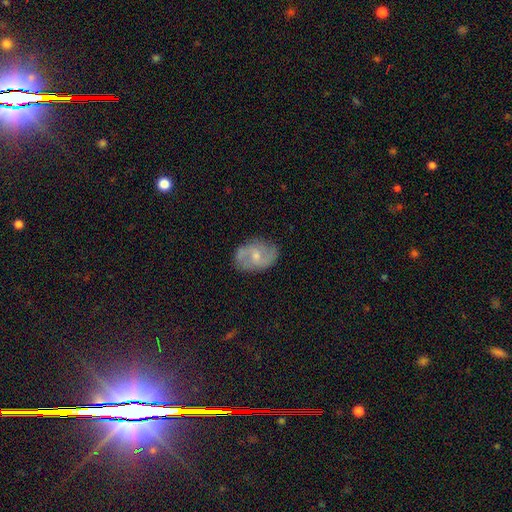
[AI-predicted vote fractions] Q: Smooth or featured?
A: featured or disk (65%); runner-up: smooth (28%)
Q: Edge-on disk?
A: no (97%); runner-up: yes (3%)
Q: Bar?
A: no (46%); runner-up: weak (45%)
Q: Spiral arms?
A: yes (84%); runner-up: no (16%)
Q: Spiral winding?
A: medium (45%); runner-up: loose (35%)
Q: Spiral arm count?
A: 2 (77%); runner-up: can't tell (13%)
Q: Bulge size?
A: small (52%); runner-up: moderate (41%)
Q: Merging?
A: none (74%); runner-up: minor disturbance (19%)